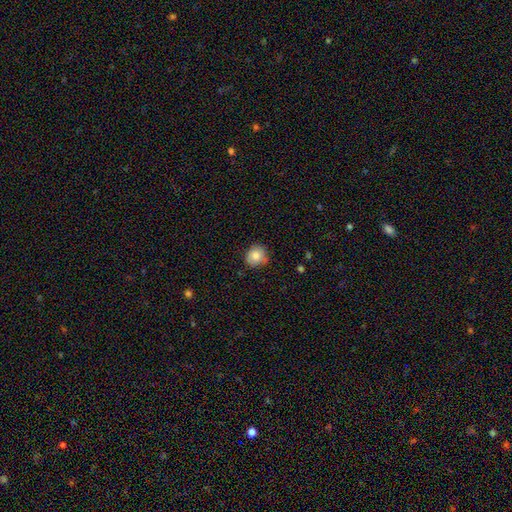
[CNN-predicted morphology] Overall: smooth (82%). How rounded: round (78%). Merging: none (70%).